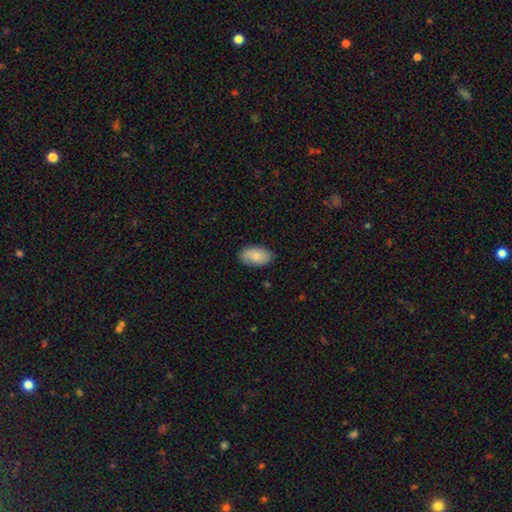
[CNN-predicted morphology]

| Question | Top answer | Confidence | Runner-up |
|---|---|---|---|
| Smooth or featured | smooth | 79% | featured or disk (15%) |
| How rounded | in between | 93% | round (5%) |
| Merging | none | 83% | minor disturbance (13%) |